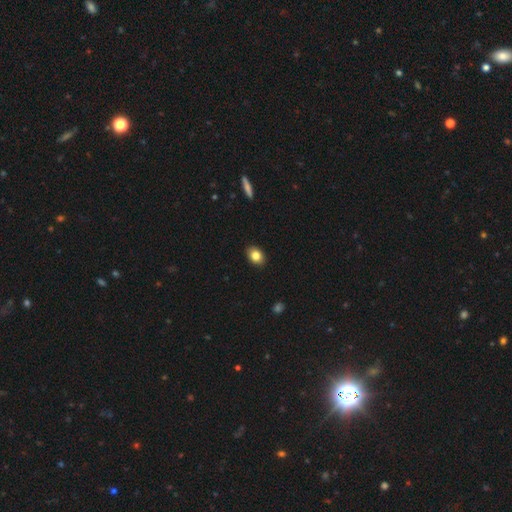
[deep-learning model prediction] smooth 84%, star or artifact 9%, featured or disk 7%. Down the decision tree: how rounded — in between (71%); merging — none (89%).